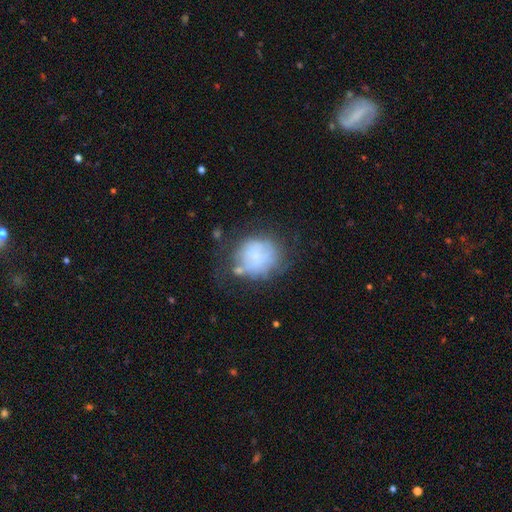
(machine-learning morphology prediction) smooth 55%, featured or disk 33%, star or artifact 12%. Down the decision tree: how rounded — round (72%); merging — none (48%).